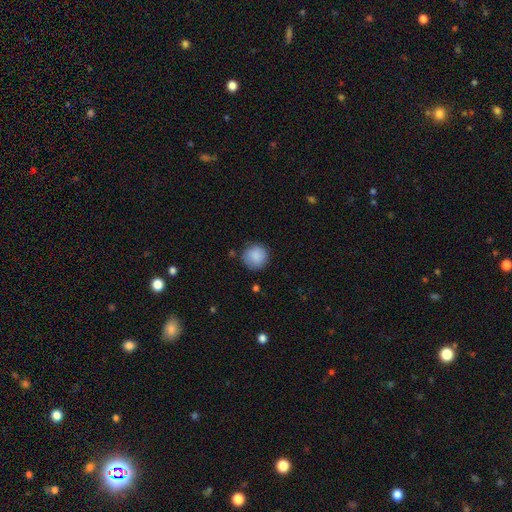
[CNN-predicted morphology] A smooth galaxy with no disk features (89%) that is round (94%).

Vote fractions:
- Smooth or featured? smooth: 89% / star or artifact: 7% / featured or disk: 4%
- How rounded? round: 94% / in between: 5% / cigar-shaped: 1%
- Merging? none: 84% / minor disturbance: 11% / major disturbance: 3% / merger: 2%